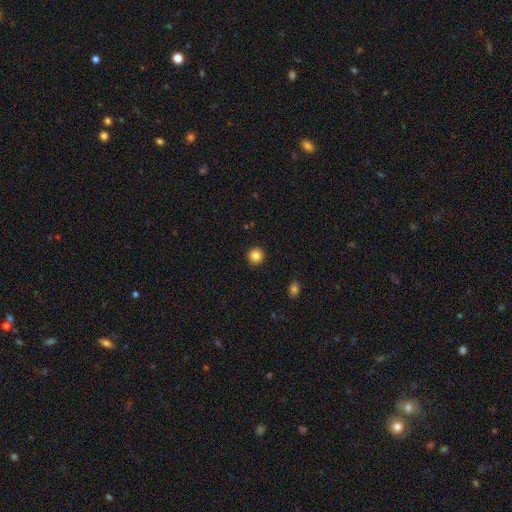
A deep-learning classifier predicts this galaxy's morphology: Smooth or featured? smooth (84%)
How rounded? round (95%)
Merging? none (93%)